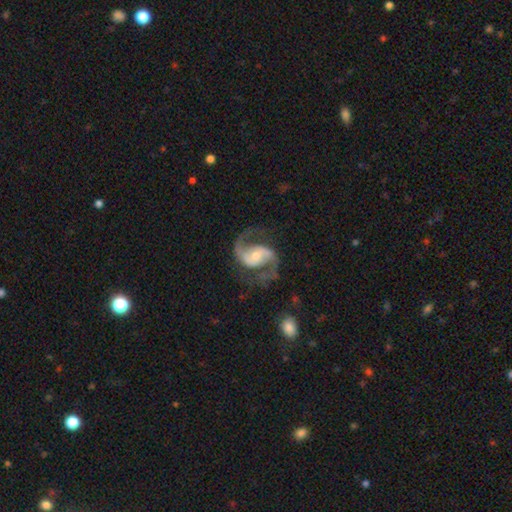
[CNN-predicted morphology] Smooth or featured: featured or disk — 91% (star or artifact — 4%)
Edge-on disk: no — 98% (yes — 2%)
Bar: no — 39% (tied with weak — 39%)
Spiral arms: yes — 98% (no — 2%)
Spiral winding: medium — 53% (loose — 36%)
Spiral arm count: 2 — 93% (1 — 2%)
Bulge size: moderate — 53% (small — 39%)
Merging: none — 74% (minor disturbance — 14%)